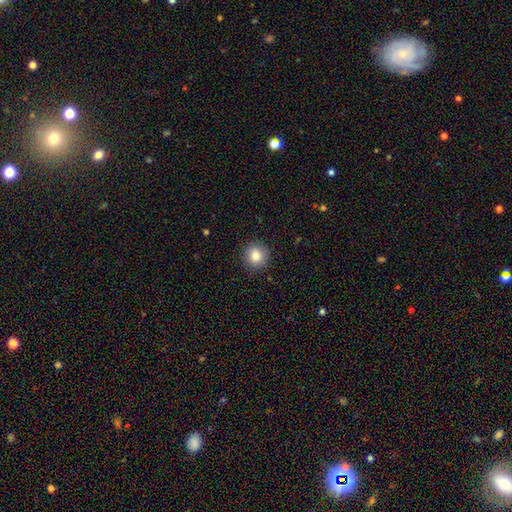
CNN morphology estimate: Smooth or featured? smooth (84%)
How rounded? round (92%)
Merging? none (90%)